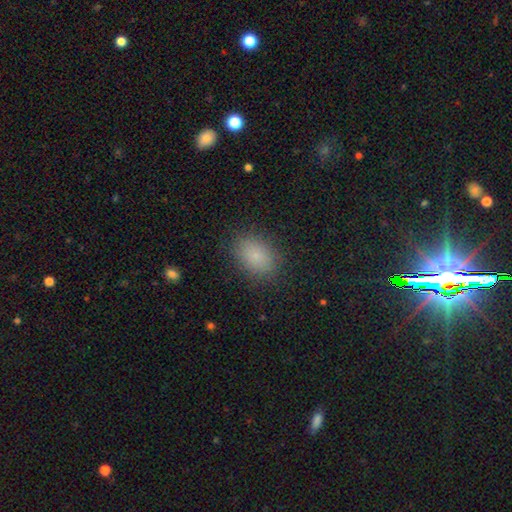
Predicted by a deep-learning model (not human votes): Smooth or featured: smooth — 84% (star or artifact — 10%)
How rounded: in between — 78% (round — 20%)
Merging: none — 86% (minor disturbance — 10%)